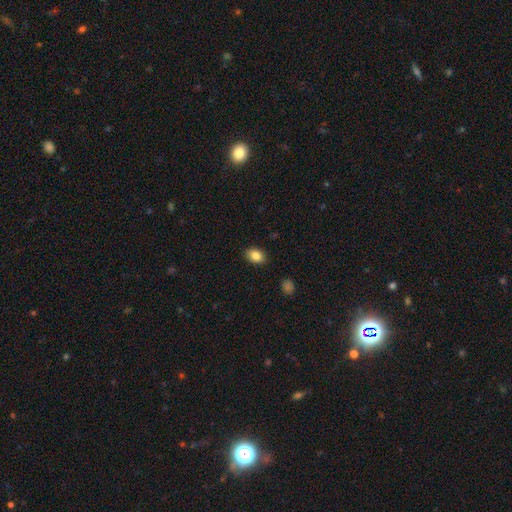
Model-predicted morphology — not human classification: A smooth galaxy with no disk features (85%) that is in between round and cigar-shaped (80%). Merging: none (88%).